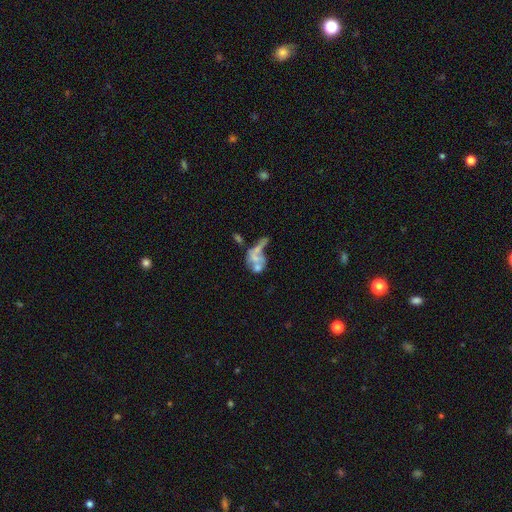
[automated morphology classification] Smooth or featured? Predicted: featured or disk (p=0.54). Edge-on disk? Predicted: no (p=0.96). Bar? Predicted: no (p=0.90). Spiral arms? Predicted: no (p=0.90). Bulge size? Predicted: none (p=0.54). Merging? Predicted: merger (p=0.51).